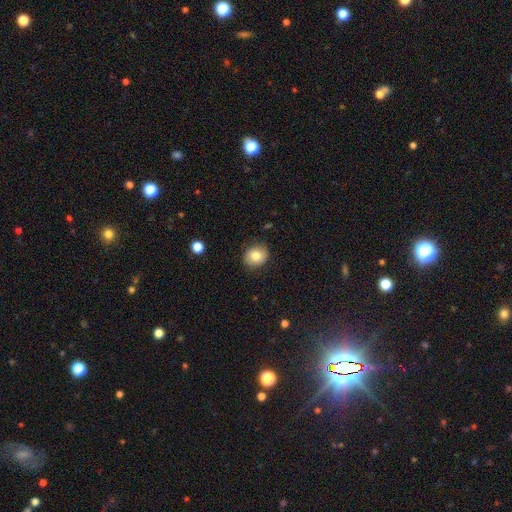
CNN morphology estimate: This appears to be a smooth galaxy with no disk features (78%) that is round (74%). Merging: none (84%).